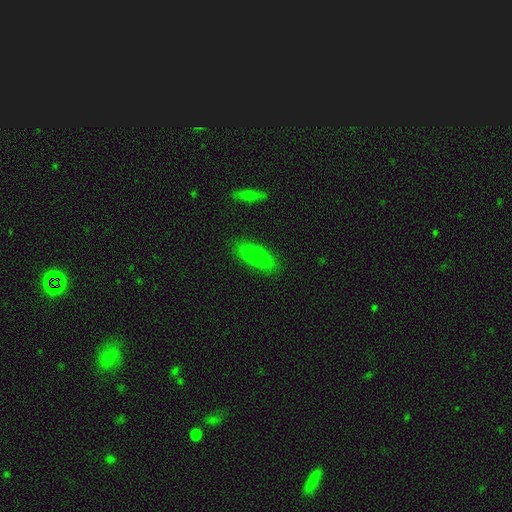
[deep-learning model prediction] This is clearly a smooth galaxy (81%). How rounded: likely in between (66%). Merging: clearly none (84%).